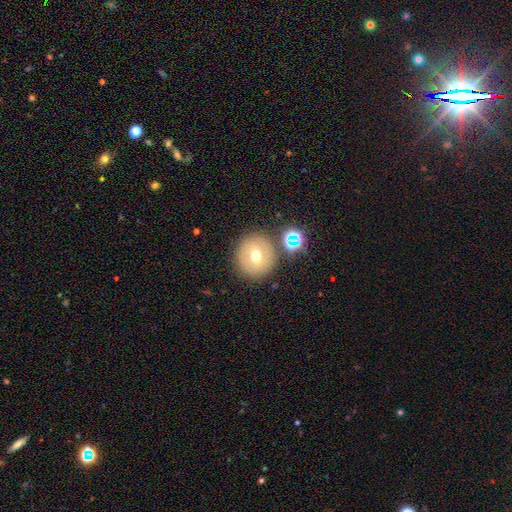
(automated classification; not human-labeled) This is likely a smooth galaxy (62%). How rounded: clearly round (91%). Merging: clearly none (80%).